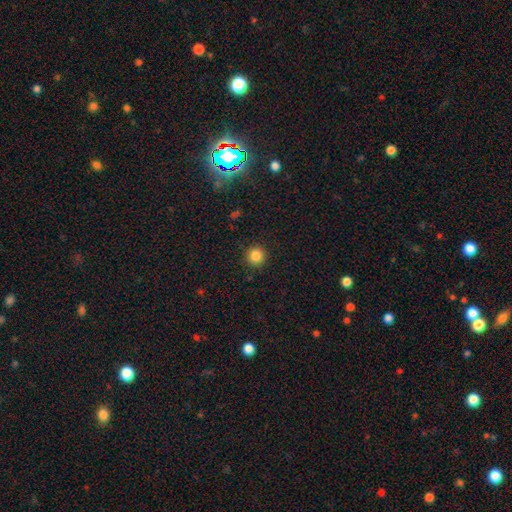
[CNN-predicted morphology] Smooth or featured?
  - smooth: 85% *
  - star or artifact: 11%
  - featured or disk: 4%
How rounded?
  - round: 95% *
  - in between: 4%
  - cigar-shaped: 1%
Merging?
  - none: 91% *
  - minor disturbance: 6%
  - major disturbance: 2%
  - merger: 1%